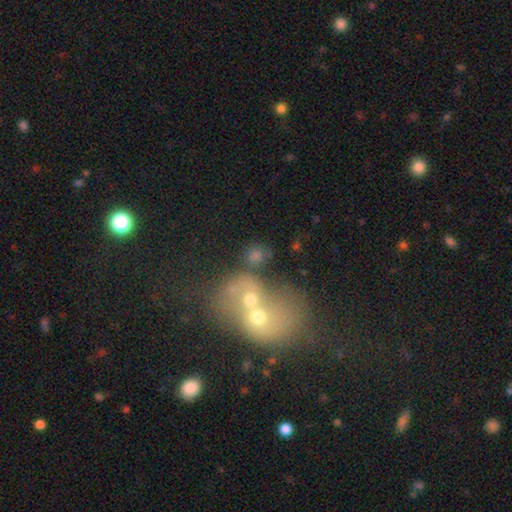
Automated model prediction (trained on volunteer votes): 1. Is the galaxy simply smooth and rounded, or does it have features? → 55% smooth, 28% featured or disk, 17% star or artifact.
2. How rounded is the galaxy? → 60% round, 38% in between, 2% cigar-shaped.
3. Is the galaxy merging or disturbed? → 69% merger, 18% none, 7% major disturbance, 6% minor disturbance.